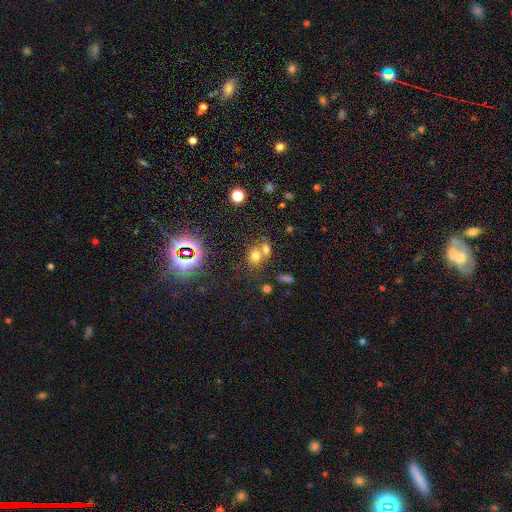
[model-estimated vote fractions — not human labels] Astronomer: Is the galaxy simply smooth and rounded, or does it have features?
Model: smooth — 65%.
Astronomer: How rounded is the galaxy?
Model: in between — 57% (runner-up: round, 42%).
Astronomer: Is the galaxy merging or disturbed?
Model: merger — 46% (runner-up: none, 40%).